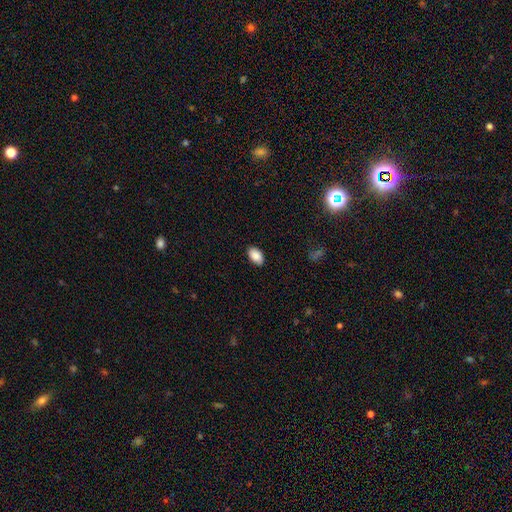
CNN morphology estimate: A smooth galaxy with no disk features (88%) that is in between round and cigar-shaped (92%).

Vote fractions:
- Smooth or featured? smooth: 88% / star or artifact: 7% / featured or disk: 5%
- How rounded? in between: 92% / round: 7% / cigar-shaped: 1%
- Merging? none: 88% / minor disturbance: 9% / major disturbance: 2% / merger: 1%